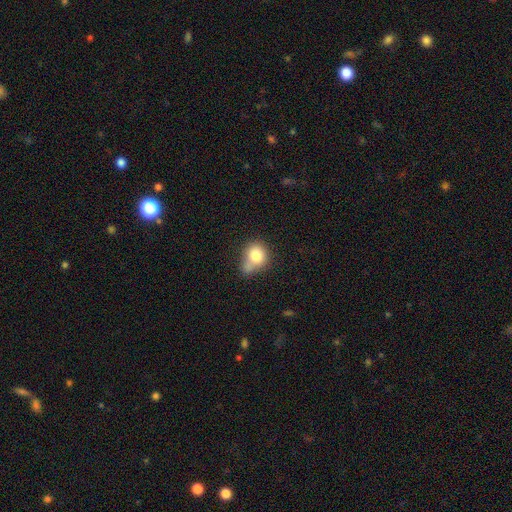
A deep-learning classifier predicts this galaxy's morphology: Smooth or featured: smooth — 80% (featured or disk — 11%)
How rounded: round — 67% (in between — 32%)
Merging: none — 37% (merger — 29%)